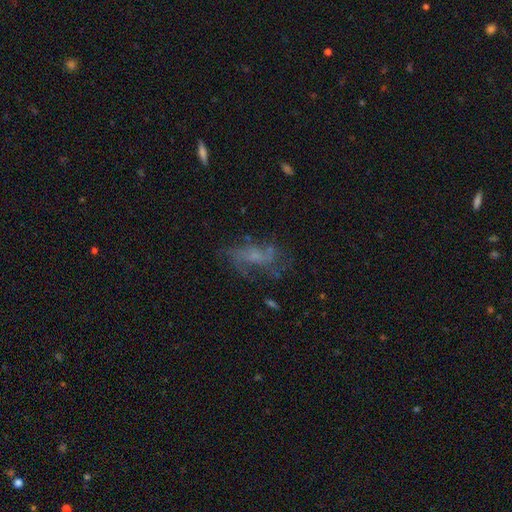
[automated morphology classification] smooth_or_featured: featured or disk (p=0.60) [alt: smooth p=0.24]
disk_edge_on: no (p=0.94) [alt: yes p=0.06]
bar: no (p=0.69) [alt: weak p=0.26]
has_spiral_arms: yes (p=0.70) [alt: no p=0.30]
bulge_size: small (p=0.39) [alt: none p=0.38]
merging: none (p=0.53) [alt: major disturbance p=0.24]